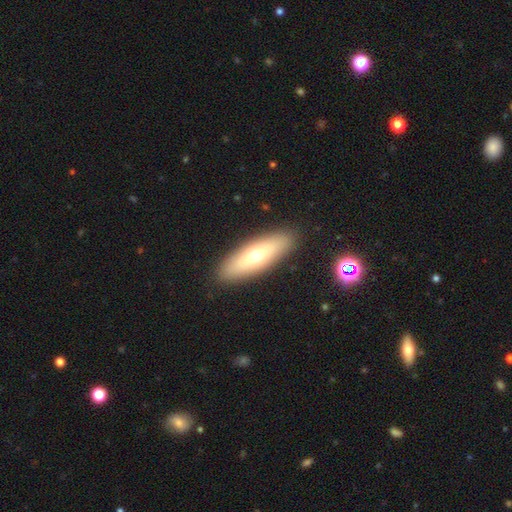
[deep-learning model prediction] This is likely a smooth galaxy (61%). How rounded: possibly in between (49%). Merging: clearly none (89%).